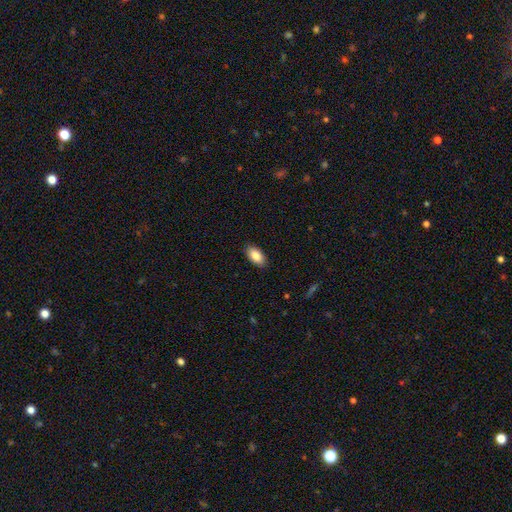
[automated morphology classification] smooth 86%, featured or disk 7%, star or artifact 7%. Down the decision tree: how rounded — in between (94%); merging — none (88%).